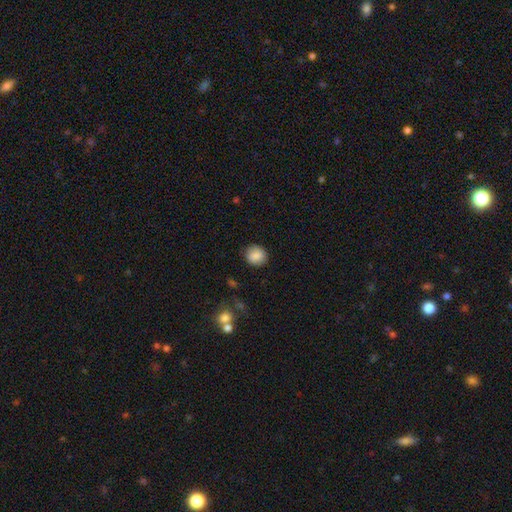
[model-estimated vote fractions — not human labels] smooth-or-featured: smooth: 87% | star or artifact: 8% | featured or disk: 5%
  how-rounded: round: 81% | in between: 18% | cigar-shaped: 1%
  merging: none: 85% | minor disturbance: 11% | major disturbance: 3% | merger: 1%